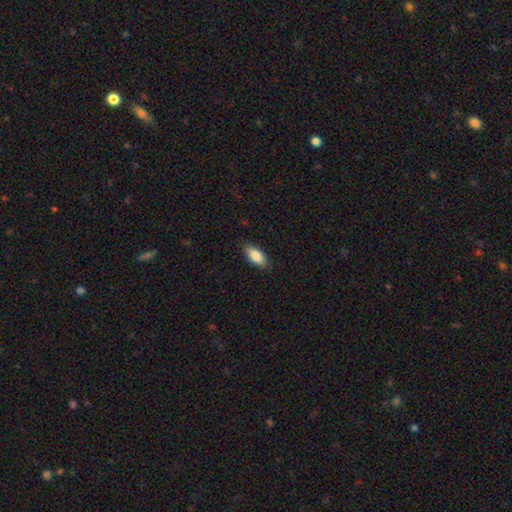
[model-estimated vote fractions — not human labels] Overall: smooth (86%). How rounded: in between (87%). Merging: none (85%).